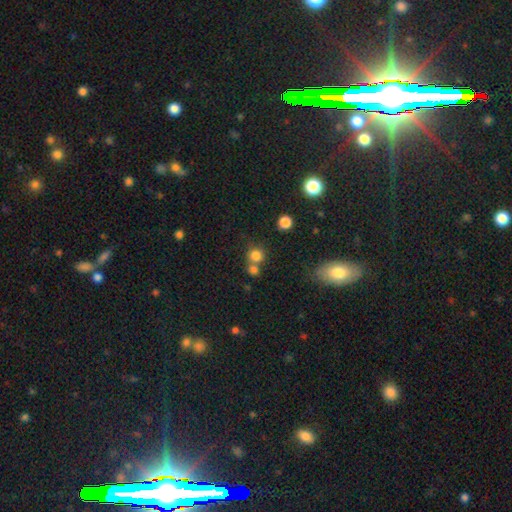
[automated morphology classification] A smooth galaxy with no disk features (79%) that is round (87%). Merging: none (54%).